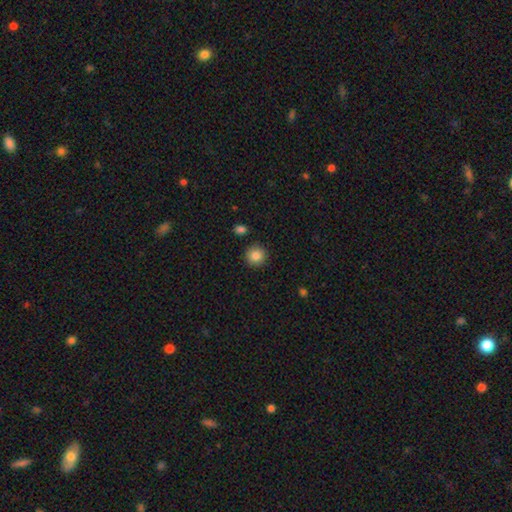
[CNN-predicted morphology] This is clearly a smooth galaxy (86%). How rounded: clearly round (94%). Merging: clearly none (90%).